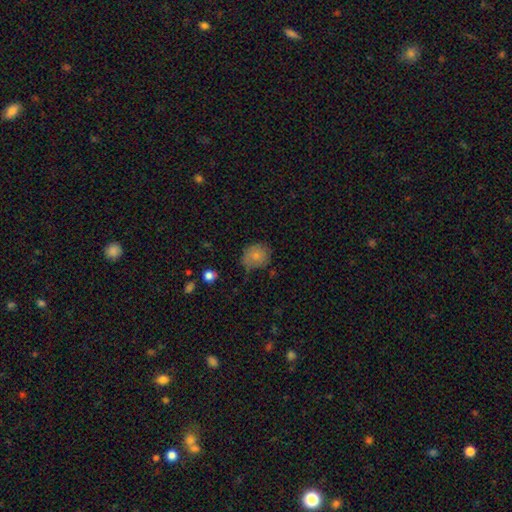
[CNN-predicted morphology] This is likely a smooth galaxy (78%). How rounded: likely round (73%). Merging: possibly none (58%).